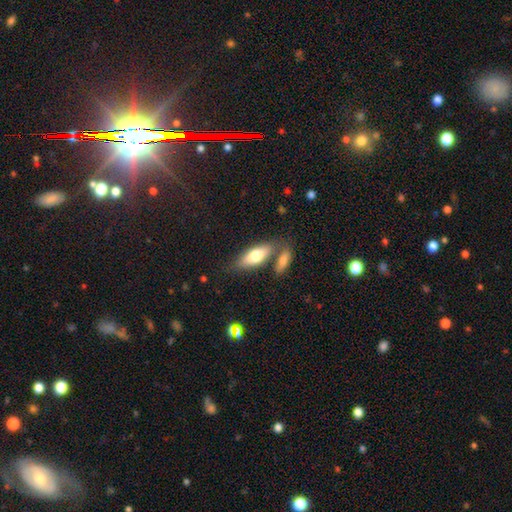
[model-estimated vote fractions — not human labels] Smooth or featured? Predicted: smooth (p=0.70). How rounded? Predicted: in between (p=0.70). Merging? Predicted: none (p=0.60).